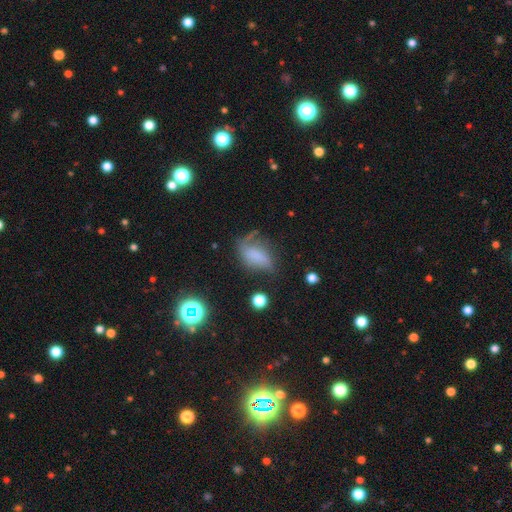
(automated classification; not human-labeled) Smooth or featured: smooth — 54% (featured or disk — 32%)
How rounded: in between — 80% (round — 11%)
Merging: none — 35% (minor disturbance — 31%)